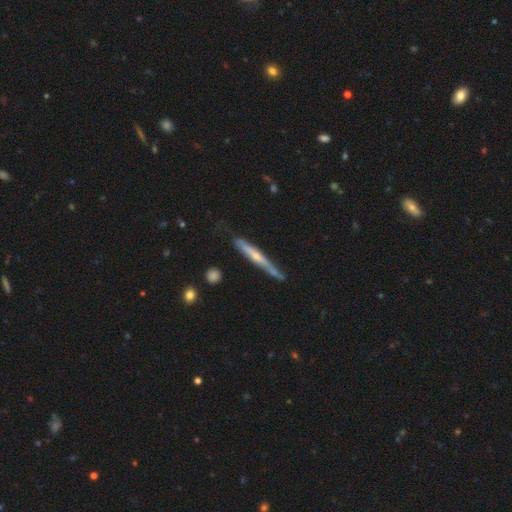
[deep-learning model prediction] smooth_or_featured: featured or disk (p=0.62) [alt: smooth p=0.32]
disk_edge_on: yes (p=0.92) [alt: no p=0.08]
edge_on_bulge: rounded (p=0.57) [alt: none p=0.37]
merging: none (p=0.64) [alt: minor disturbance p=0.26]